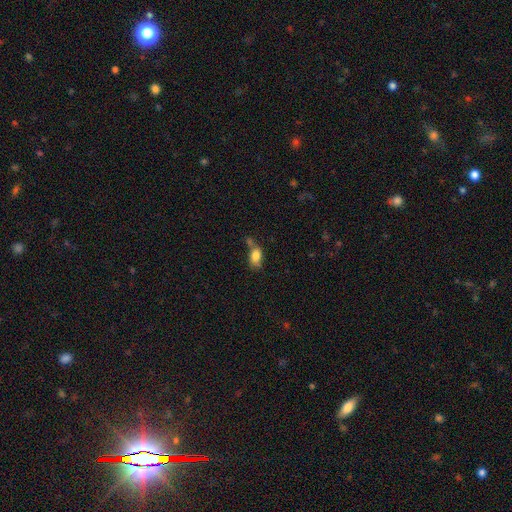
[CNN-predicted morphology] This appears to be a smooth galaxy with no disk features (78%) that is in between round and cigar-shaped (81%). Merging: none (40%).